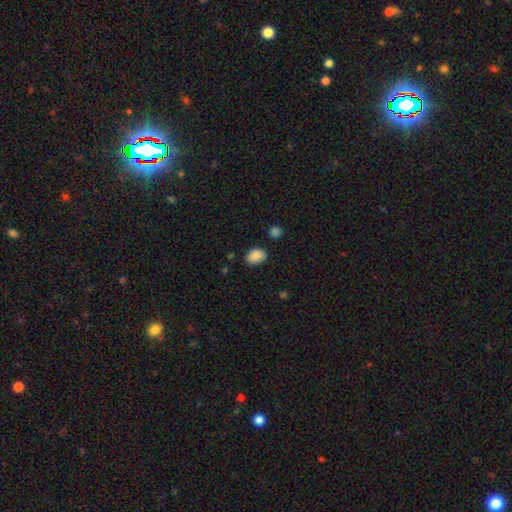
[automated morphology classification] Smooth or featured?
  - smooth: 88% *
  - star or artifact: 9%
  - featured or disk: 3%
How rounded?
  - in between: 74% *
  - round: 25%
  - cigar-shaped: 1%
Merging?
  - none: 78% *
  - minor disturbance: 15%
  - major disturbance: 3%
  - merger: 3%